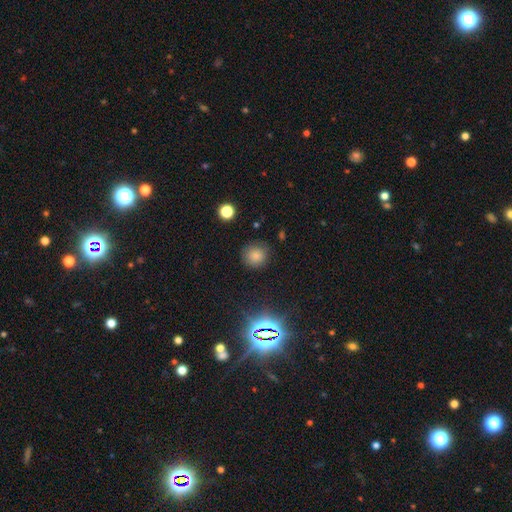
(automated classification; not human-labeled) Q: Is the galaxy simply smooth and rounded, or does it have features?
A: smooth — 77%.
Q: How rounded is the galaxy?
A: round — 90%.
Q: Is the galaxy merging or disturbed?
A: none — 85%.